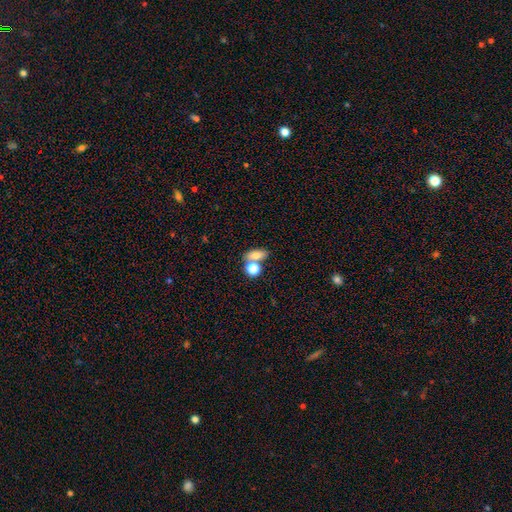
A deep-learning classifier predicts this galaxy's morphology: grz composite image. It shows a smooth galaxy with no disk features (75%) that is in between round and cigar-shaped (72%). Merging: none (50%).